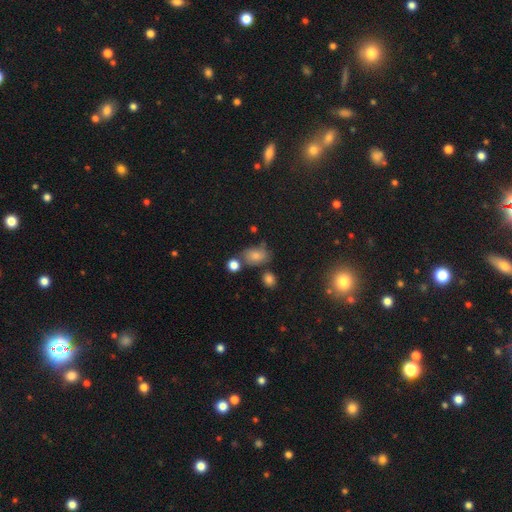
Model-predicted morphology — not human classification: A smooth galaxy with no disk features (72%) that is in between round and cigar-shaped (71%).

Vote fractions:
- Smooth or featured? smooth: 72% / featured or disk: 14% / star or artifact: 14%
- How rounded? in between: 71% / round: 28% / cigar-shaped: 2%
- Merging? none: 57% / minor disturbance: 22% / merger: 13% / major disturbance: 8%